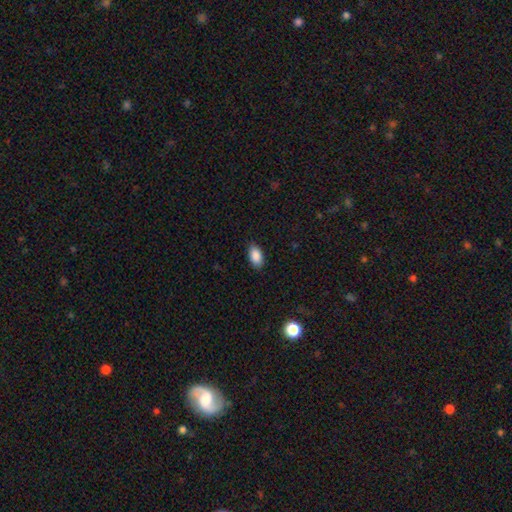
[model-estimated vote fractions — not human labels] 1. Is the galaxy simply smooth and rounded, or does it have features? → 88% smooth, 7% star or artifact, 4% featured or disk.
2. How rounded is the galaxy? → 93% in between, 5% round, 3% cigar-shaped.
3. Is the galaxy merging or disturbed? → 86% none, 11% minor disturbance, 2% major disturbance, 1% merger.